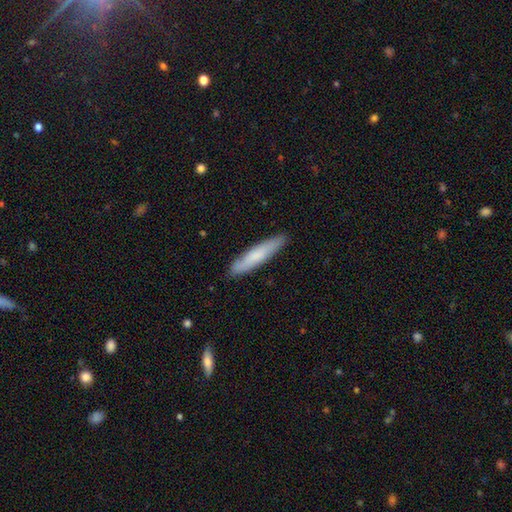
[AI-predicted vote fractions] smooth-or-featured: smooth: 71% | featured or disk: 23% | star or artifact: 5%
  how-rounded: cigar-shaped: 88% | in between: 10% | round: 1%
  merging: none: 88% | minor disturbance: 9% | major disturbance: 2% | merger: 1%